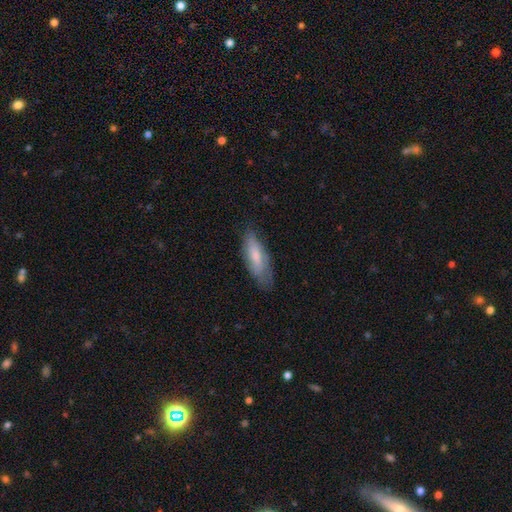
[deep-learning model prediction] Q: Smooth or featured?
A: smooth (67%); runner-up: featured or disk (27%)
Q: How rounded?
A: in between (60%); runner-up: cigar-shaped (39%)
Q: Merging?
A: none (71%); runner-up: minor disturbance (23%)